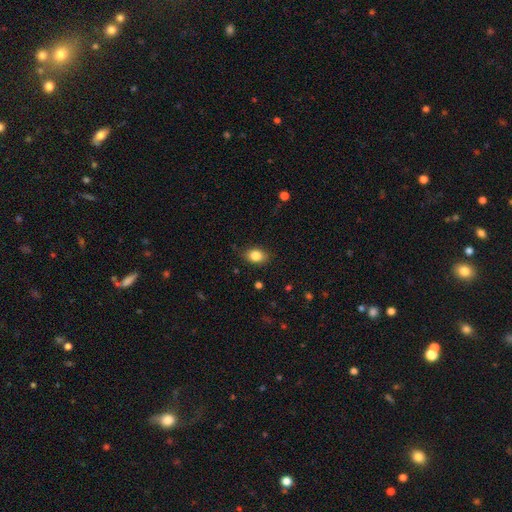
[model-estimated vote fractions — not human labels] smooth 85%, star or artifact 9%, featured or disk 7%. Down the decision tree: how rounded — in between (75%); merging — none (84%).